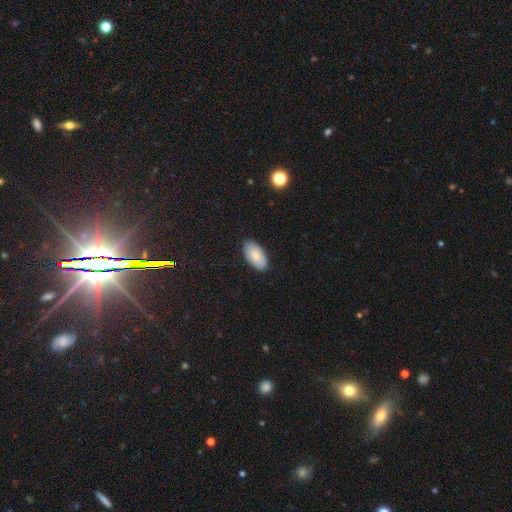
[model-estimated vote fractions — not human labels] smooth-or-featured: smooth: 85% | featured or disk: 9% | star or artifact: 6%
  how-rounded: in between: 96% | round: 2% | cigar-shaped: 2%
  merging: none: 87% | minor disturbance: 10% | major disturbance: 2% | merger: 1%